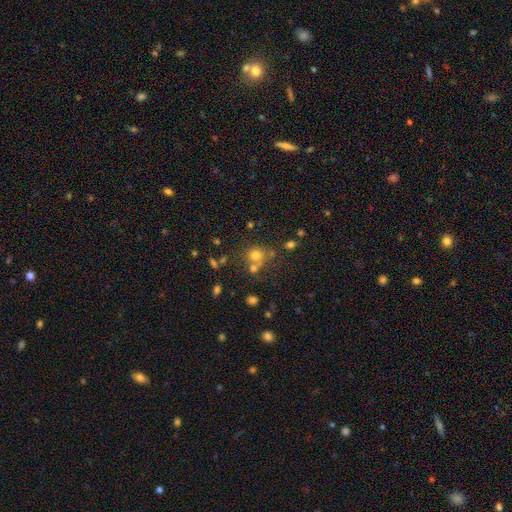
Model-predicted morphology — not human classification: The model was most divided on "merging": none: 56%, merger: 29%, minor disturbance: 10%, major disturbance: 5%. More confident: how rounded — round (83%); smooth or featured — smooth (66%).